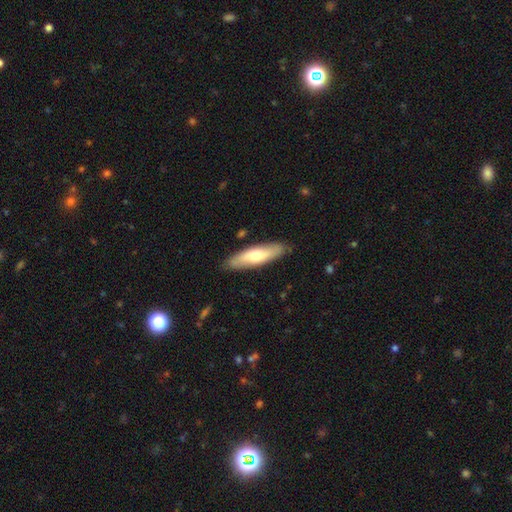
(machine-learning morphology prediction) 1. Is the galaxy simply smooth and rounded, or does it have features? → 61% smooth, 34% featured or disk, 5% star or artifact.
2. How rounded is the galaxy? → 63% cigar-shaped, 36% in between, 2% round.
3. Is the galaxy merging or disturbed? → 87% none, 10% minor disturbance, 2% major disturbance, 1% merger.